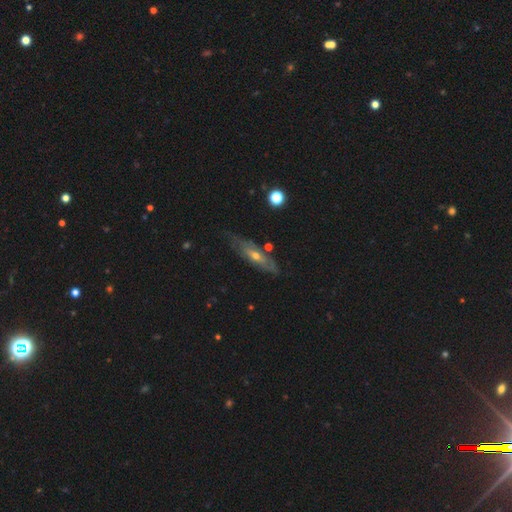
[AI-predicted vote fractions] Smooth or featured?
  - featured or disk: 67% *
  - smooth: 26%
  - star or artifact: 7%
Edge-on disk?
  - no: 54% *
  - yes: 46%
Merging?
  - none: 68% *
  - minor disturbance: 22%
  - major disturbance: 6%
  - merger: 3%